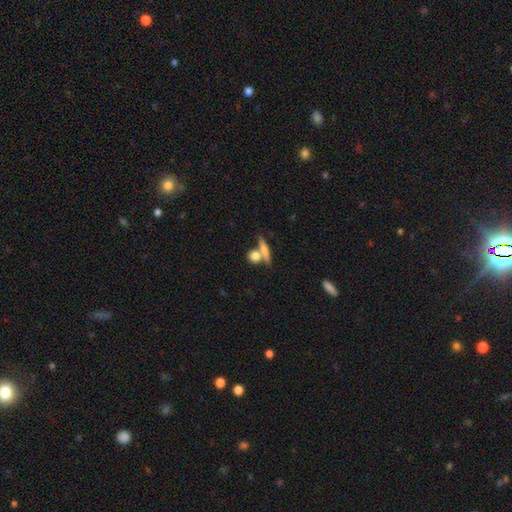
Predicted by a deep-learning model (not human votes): Morphology: type=smooth (76%); roundness=round (55%); merging=none (54%).